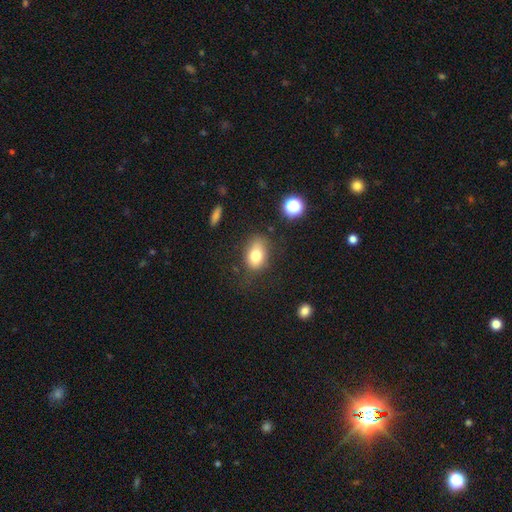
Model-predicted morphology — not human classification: smooth_or_featured: smooth (p=0.76) [alt: featured or disk p=0.13]
how_rounded: in between (p=0.79) [alt: round p=0.19]
merging: none (p=0.66) [alt: minor disturbance p=0.22]